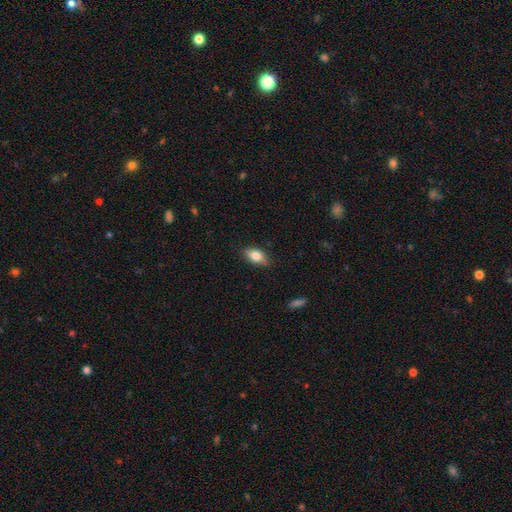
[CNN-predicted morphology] Overall: smooth (80%). How rounded: in between (87%). Merging: none (84%).